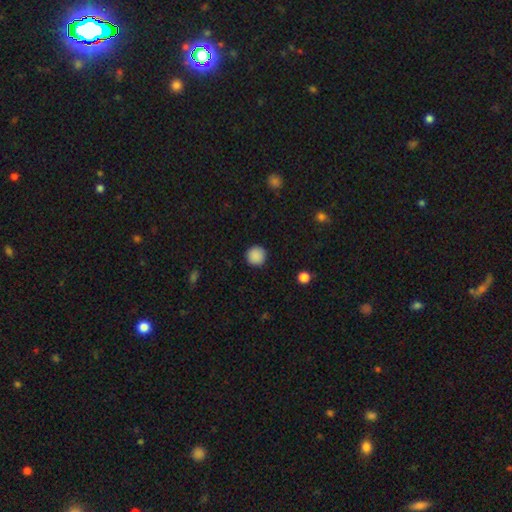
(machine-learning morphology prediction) Overall: smooth (88%). How rounded: round (95%). Merging: none (92%).